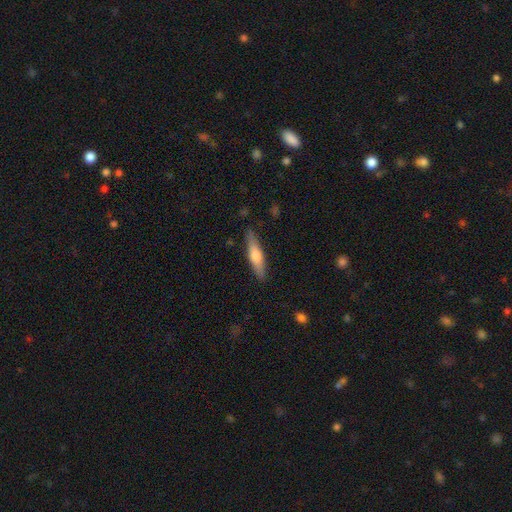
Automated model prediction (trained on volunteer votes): A smooth galaxy with no disk features (53%) that is cigar-shaped (78%). Merging: none (87%).